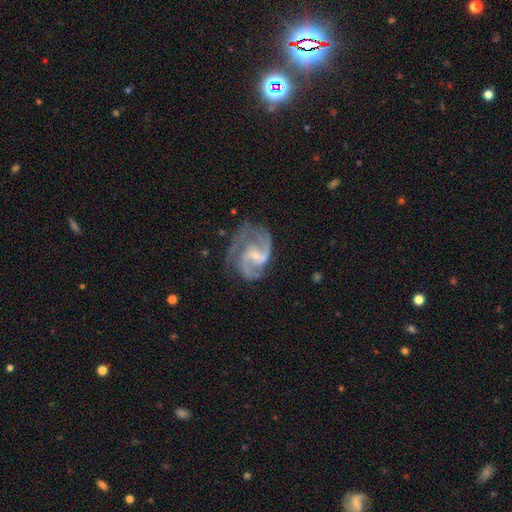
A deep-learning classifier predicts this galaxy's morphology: Smooth or featured?
  - featured or disk: 90% *
  - star or artifact: 5%
  - smooth: 5%
Edge-on disk?
  - no: 98% *
  - yes: 2%
Bar?
  - weak: 46% *
  - no: 41%
  - strong: 13%
Spiral arms?
  - yes: 97% *
  - no: 3%
Spiral winding?
  - medium: 56% *
  - tight: 23%
  - loose: 21%
Spiral arm count?
  - 2: 65% *
  - 3: 17%
  - can't tell: 8%
  - 1: 4%
  - 4: 3%
  - more than 4: 3%
Bulge size?
  - small: 71% *
  - moderate: 24%
  - none: 3%
  - large: 1%
  - dominant: 1%
Merging?
  - none: 57% *
  - minor disturbance: 23%
  - major disturbance: 17%
  - merger: 4%